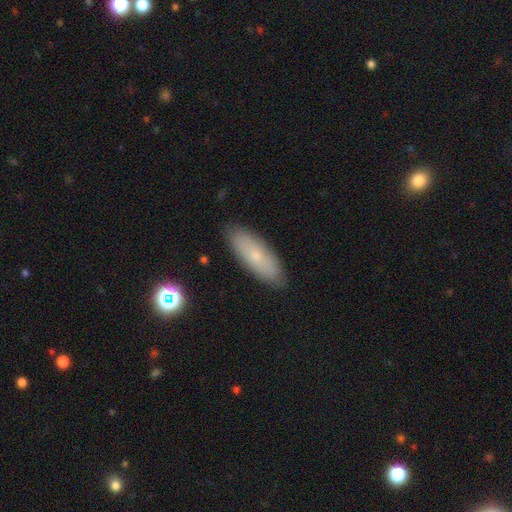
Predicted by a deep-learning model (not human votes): This is likely a smooth galaxy (70%). How rounded: likely in between (63%). Merging: clearly none (87%).